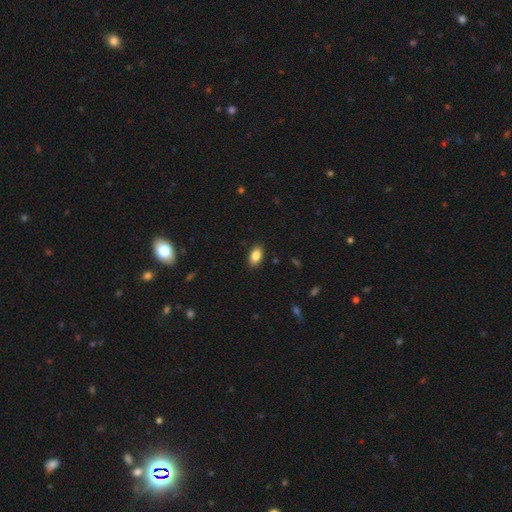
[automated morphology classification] The model was most divided on "smooth or featured": smooth: 85%, star or artifact: 8%, featured or disk: 7%. More confident: how rounded — in between (92%); merging — none (89%).